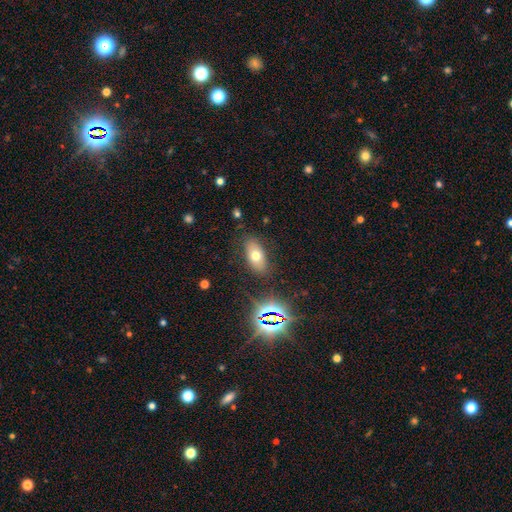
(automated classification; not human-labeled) Smooth or featured? smooth (64%)
How rounded? in between (87%)
Merging? none (83%)